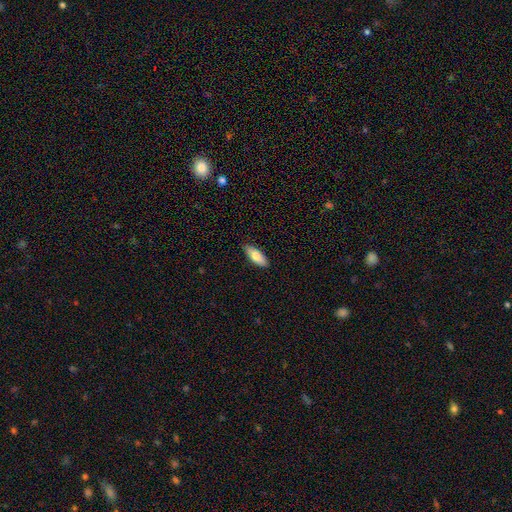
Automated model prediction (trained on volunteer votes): This appears to be a smooth galaxy with no disk features (76%) that is in between round and cigar-shaped (77%). Merging: none (86%).